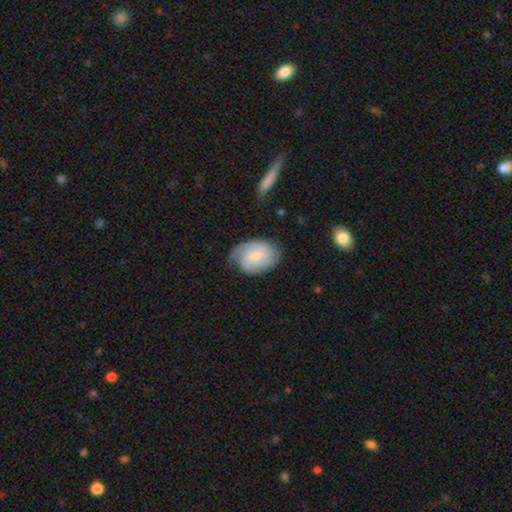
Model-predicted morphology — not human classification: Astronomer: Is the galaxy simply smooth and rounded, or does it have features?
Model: featured or disk — 54% (runner-up: smooth, 40%).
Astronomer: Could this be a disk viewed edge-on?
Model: no — 96%.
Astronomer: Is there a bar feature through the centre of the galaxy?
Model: no — 51% (runner-up: weak, 42%).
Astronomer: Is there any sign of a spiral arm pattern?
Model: yes — 89%.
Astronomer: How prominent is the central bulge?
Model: small — 58%.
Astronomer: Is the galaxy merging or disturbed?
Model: none — 55%.